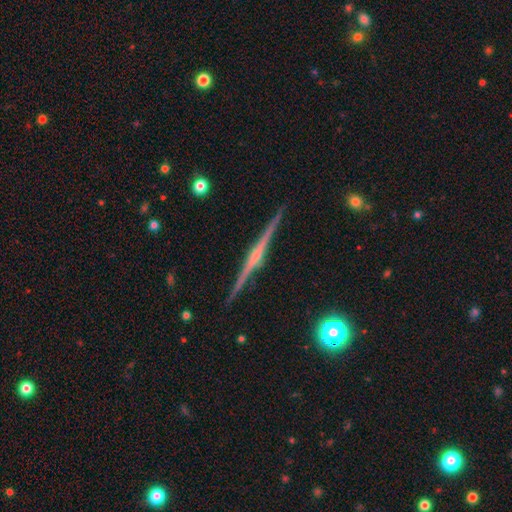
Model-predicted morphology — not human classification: smooth-or-featured: featured or disk: 87% | smooth: 7% | star or artifact: 6%
  disk-edge-on: yes: 99% | no: 1%
    edge-on-bulge: rounded: 75% | none: 14% | boxy: 11%
  merging: none: 92% | minor disturbance: 5% | major disturbance: 1% | merger: 1%